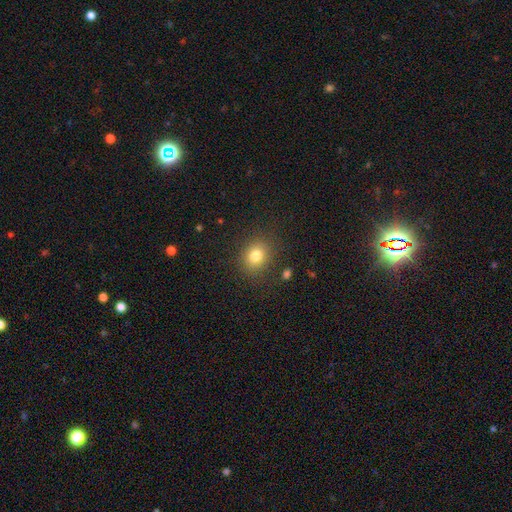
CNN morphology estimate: smooth-or-featured: smooth: 80% | star or artifact: 12% | featured or disk: 8%
  how-rounded: round: 64% | in between: 35% | cigar-shaped: 1%
  merging: none: 84% | minor disturbance: 10% | major disturbance: 4% | merger: 2%